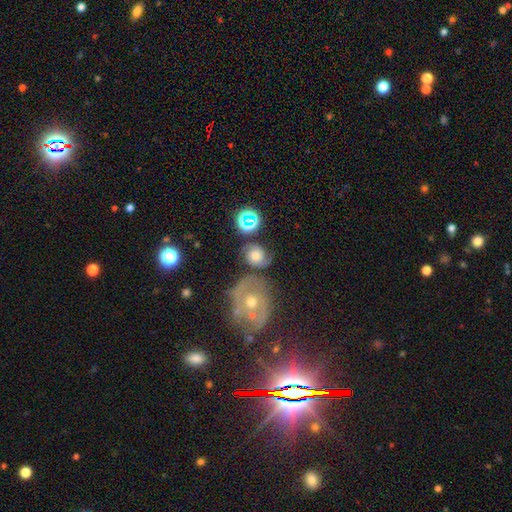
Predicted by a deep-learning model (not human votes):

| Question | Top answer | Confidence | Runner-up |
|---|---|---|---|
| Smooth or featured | featured or disk | 56% | smooth (31%) |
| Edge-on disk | no | 97% | yes (3%) |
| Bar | no | 74% | weak (21%) |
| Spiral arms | yes | 88% | no (12%) |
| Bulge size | moderate | 51% | small (21%) |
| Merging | none | 50% | minor disturbance (21%) |